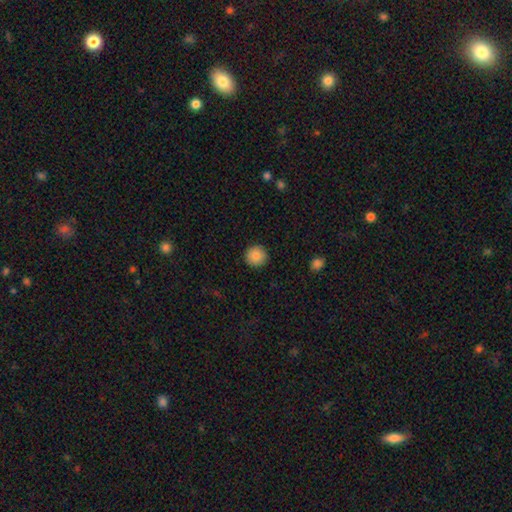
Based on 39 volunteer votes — This is clearly a smooth galaxy (92%). How rounded: clearly round (97%). Merging: clearly none (89%).